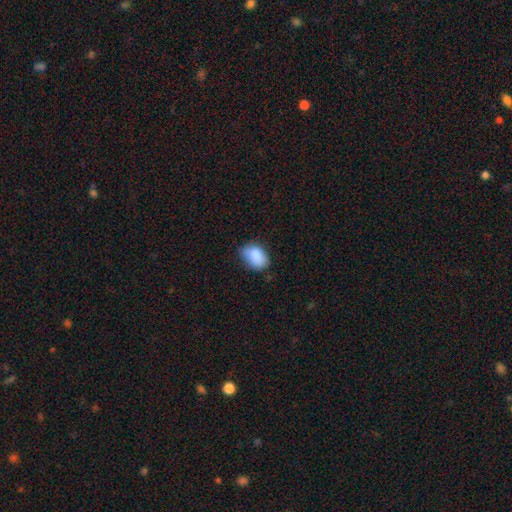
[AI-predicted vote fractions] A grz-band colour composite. It shows a smooth galaxy with no disk features (87%) that is in between round and cigar-shaped (84%). Merging: none (62%).